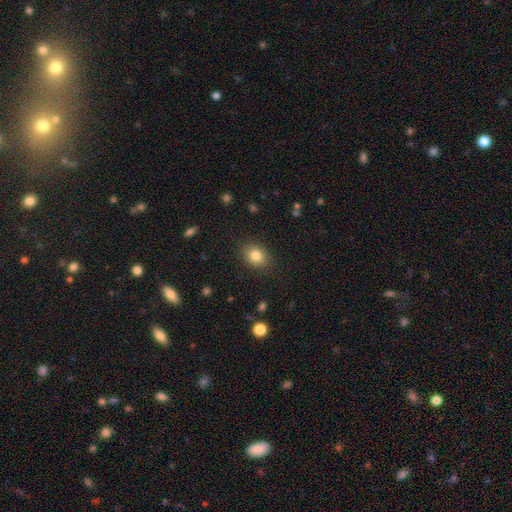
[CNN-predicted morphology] Smooth or featured: smooth — 82% (star or artifact — 10%)
How rounded: in between — 56% (round — 43%)
Merging: none — 87% (minor disturbance — 9%)